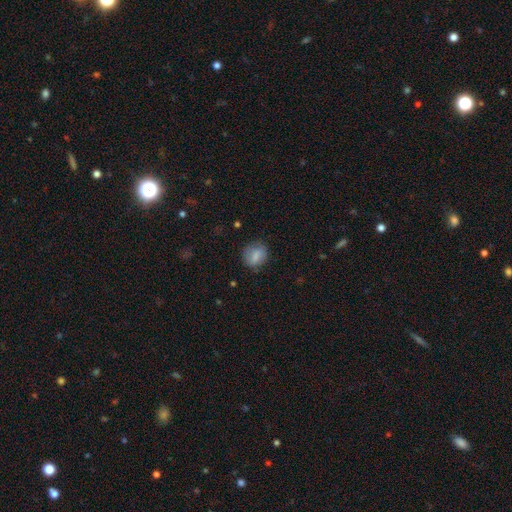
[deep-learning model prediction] Smooth or featured? Predicted: smooth (p=0.78). How rounded? Predicted: round (p=0.62). Merging? Predicted: none (p=0.73).